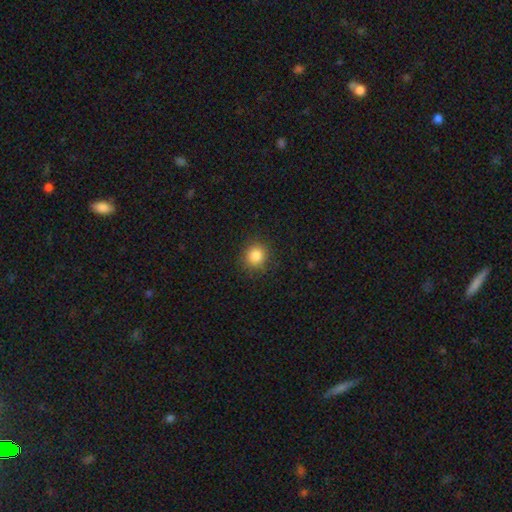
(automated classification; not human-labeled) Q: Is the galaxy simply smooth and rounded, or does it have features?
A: smooth — 84%.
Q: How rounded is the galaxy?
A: round — 89%.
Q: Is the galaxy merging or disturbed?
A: none — 88%.